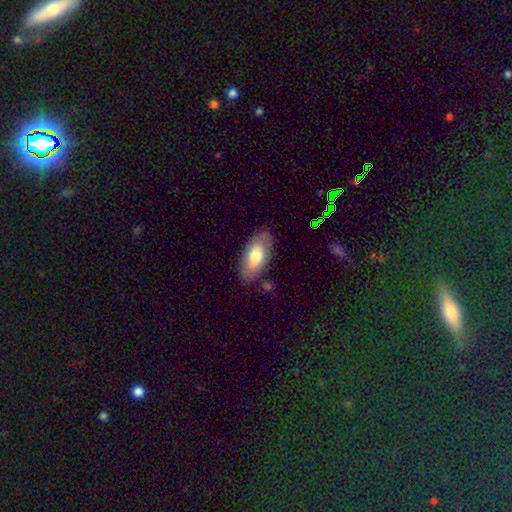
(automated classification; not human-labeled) Morphology: type=smooth (66%); roundness=in between (93%); merging=none (82%).